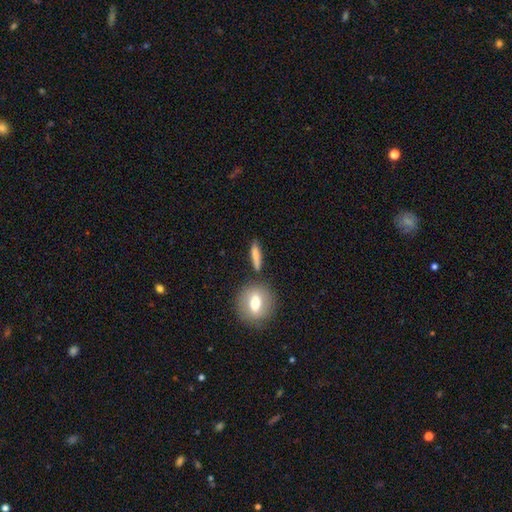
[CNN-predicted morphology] Overall: smooth (76%). How rounded: cigar-shaped (70%). Merging: none (76%).